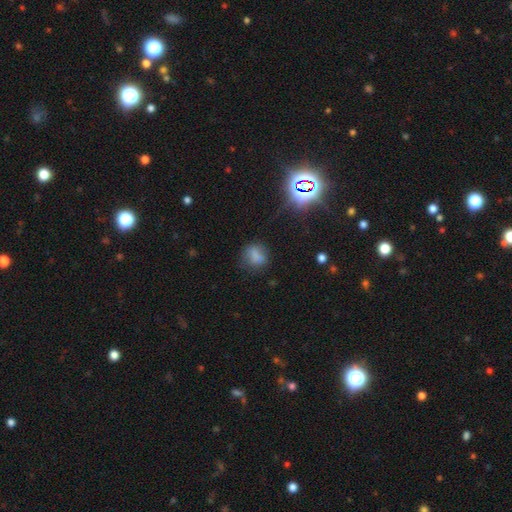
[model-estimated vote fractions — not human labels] smooth_or_featured: smooth (p=0.73) [alt: star or artifact p=0.16]
how_rounded: round (p=0.57) [alt: in between p=0.41]
merging: none (p=0.64) [alt: minor disturbance p=0.22]